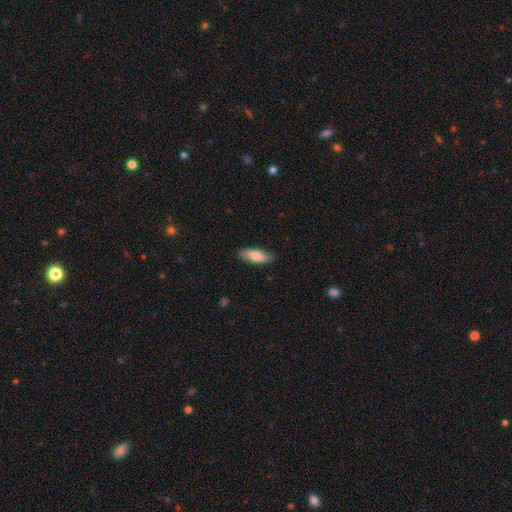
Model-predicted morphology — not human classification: Smooth or featured? Predicted: smooth (p=0.78). How rounded? Predicted: in between (p=0.71). Merging? Predicted: none (p=0.86).